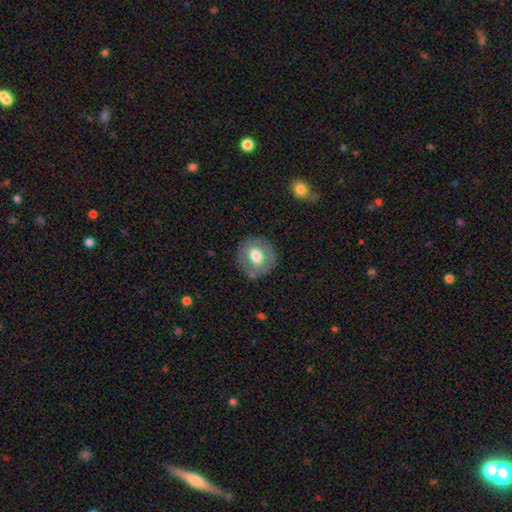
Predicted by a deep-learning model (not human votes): Overall: smooth (61%; featured or disk 31%). How rounded: round (87%). Merging: none (82%).